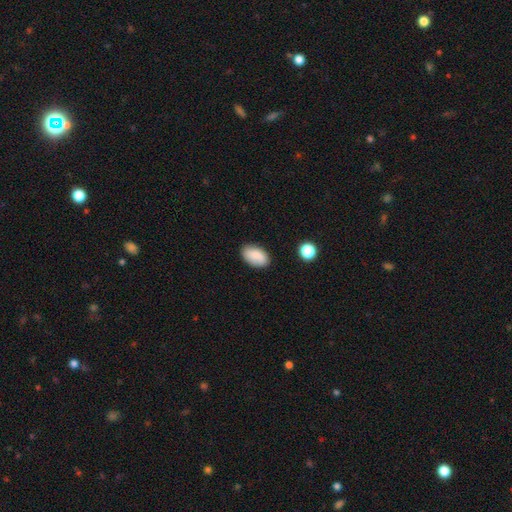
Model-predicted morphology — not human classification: smooth-or-featured: smooth: 86% | star or artifact: 8% | featured or disk: 7%
  how-rounded: in between: 93% | round: 5% | cigar-shaped: 2%
  merging: none: 85% | minor disturbance: 11% | major disturbance: 2% | merger: 2%